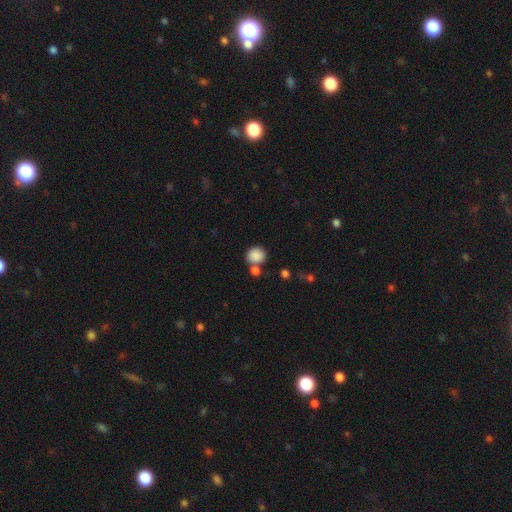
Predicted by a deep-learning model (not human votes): smooth-or-featured: smooth: 87% | star or artifact: 9% | featured or disk: 4%
  how-rounded: round: 79% | in between: 20% | cigar-shaped: 1%
  merging: none: 62% | merger: 24% | minor disturbance: 11% | major disturbance: 4%